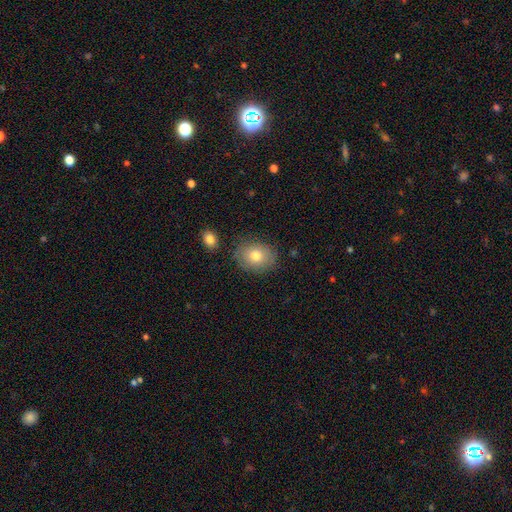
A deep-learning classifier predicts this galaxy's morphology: smooth 76%, featured or disk 16%, star or artifact 8%. Down the decision tree: how rounded — in between (58%); merging — none (81%).